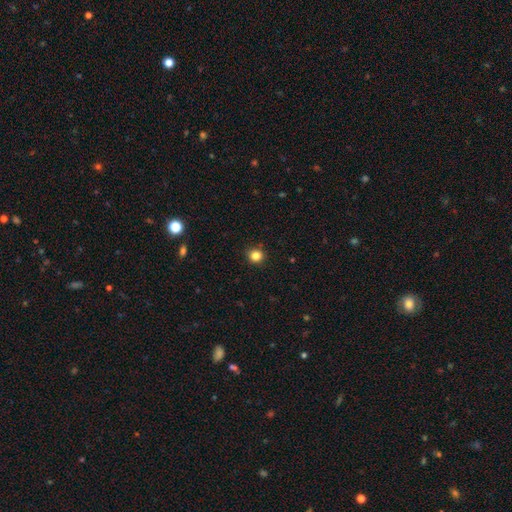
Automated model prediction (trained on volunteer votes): Morphology: type=smooth (83%); roundness=round (88%); merging=none (90%).